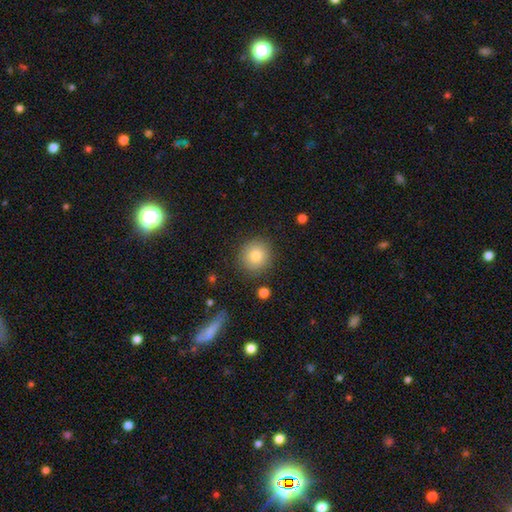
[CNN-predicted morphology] Q: Smooth or featured?
A: smooth (82%); runner-up: star or artifact (10%)
Q: How rounded?
A: round (90%); runner-up: in between (9%)
Q: Merging?
A: none (88%); runner-up: minor disturbance (8%)